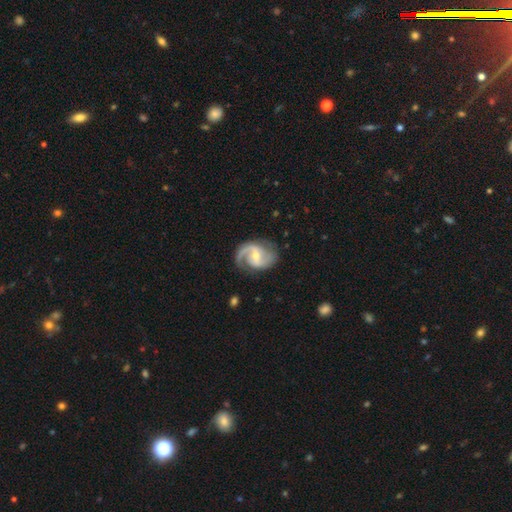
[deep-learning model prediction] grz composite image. It shows a featured or disk galaxy (89%) with a weak bar (49%), 2 (83%) medium (56%) spiral arms (97%) and a moderate central bulge (48%, tied with small). Merging: none (74%).